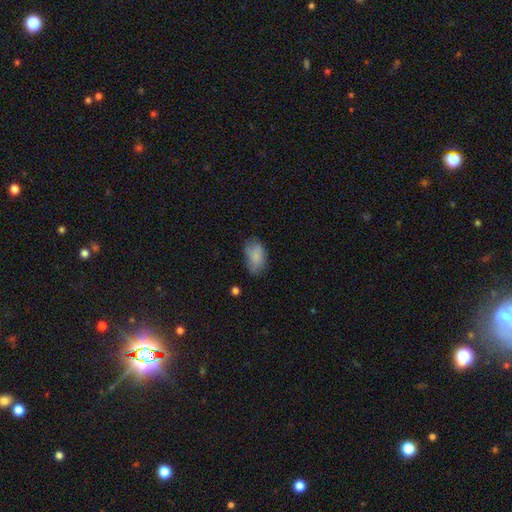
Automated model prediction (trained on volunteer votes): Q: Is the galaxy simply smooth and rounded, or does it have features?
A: smooth — 82%.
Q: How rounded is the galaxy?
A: in between — 90%.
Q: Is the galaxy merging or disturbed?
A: none — 61%.